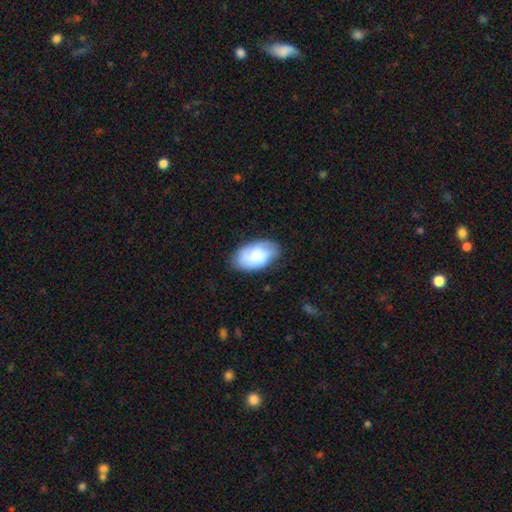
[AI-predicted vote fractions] A smooth galaxy with no disk features (71%) that is in between round and cigar-shaped (94%).

Vote fractions:
- Smooth or featured? smooth: 71% / featured or disk: 22% / star or artifact: 7%
- How rounded? in between: 94% / round: 5% / cigar-shaped: 1%
- Merging? none: 73% / minor disturbance: 20% / major disturbance: 5% / merger: 1%